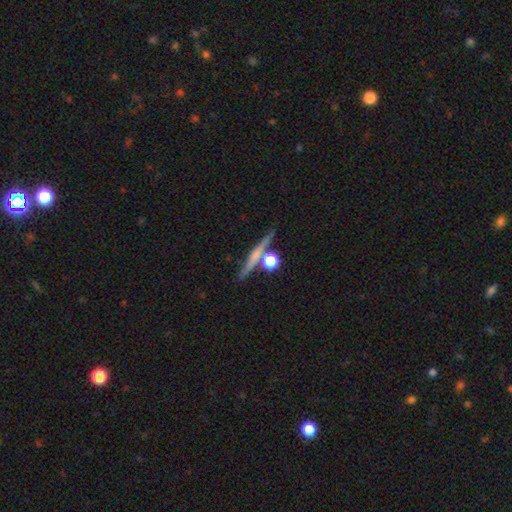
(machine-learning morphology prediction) A featured or disk galaxy (48%). Merging: none (75%).